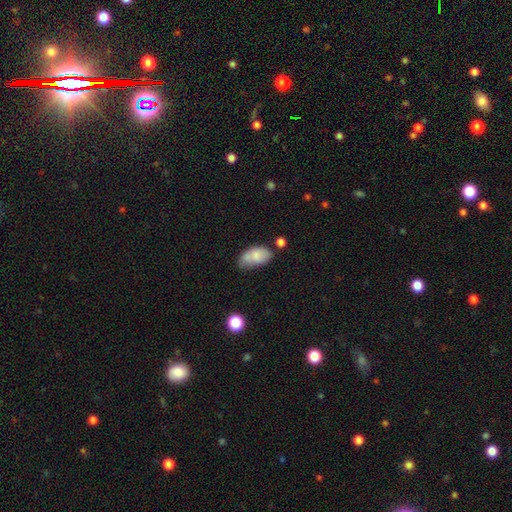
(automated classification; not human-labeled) A smooth galaxy with no disk features (76%) that is in between round and cigar-shaped (92%). Merging: none (46%).